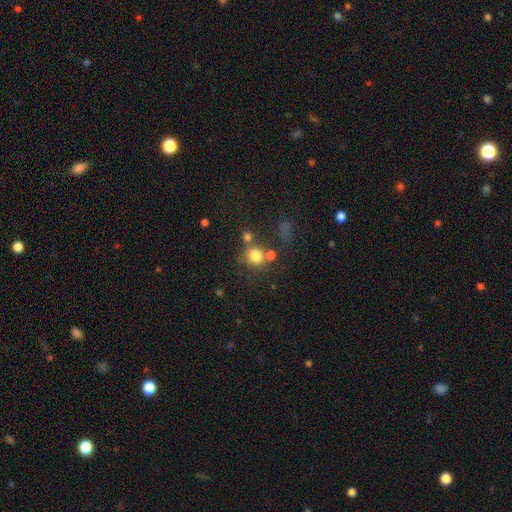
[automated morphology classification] smooth-or-featured: smooth: 78% | star or artifact: 14% | featured or disk: 9%
  how-rounded: round: 83% | in between: 16% | cigar-shaped: 1%
  merging: none: 59% | merger: 23% | minor disturbance: 12% | major disturbance: 7%